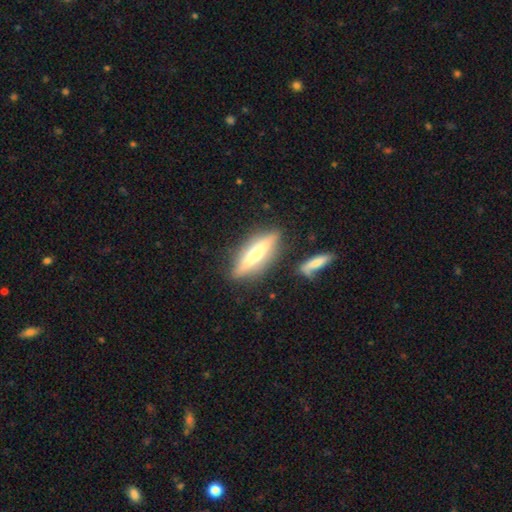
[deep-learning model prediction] Morphology: type=featured or disk (58%); edge-on=yes (89%); edge-on bulge=rounded (83%); merging=none (80%).